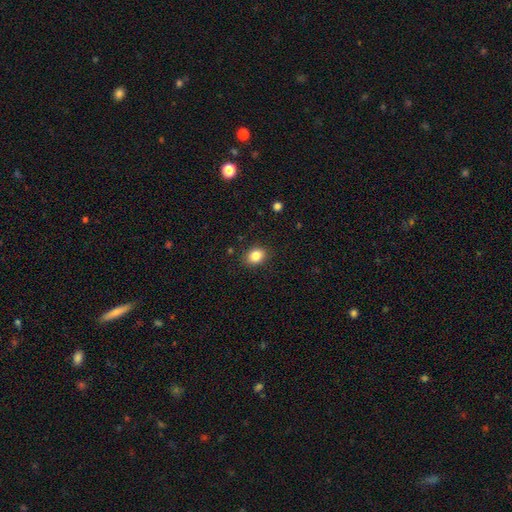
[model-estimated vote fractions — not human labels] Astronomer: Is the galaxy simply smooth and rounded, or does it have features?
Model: smooth — 85%.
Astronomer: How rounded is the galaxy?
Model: in between — 59% (runner-up: round, 40%).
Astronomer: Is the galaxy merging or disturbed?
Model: none — 88%.